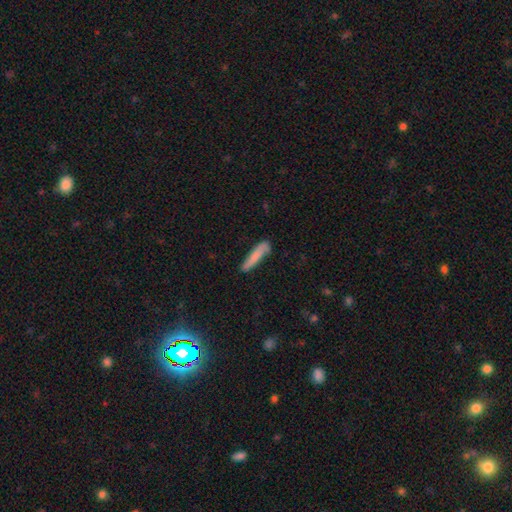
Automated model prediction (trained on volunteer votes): Morphology: type=smooth (74%); roundness=cigar-shaped (89%); merging=none (69%).